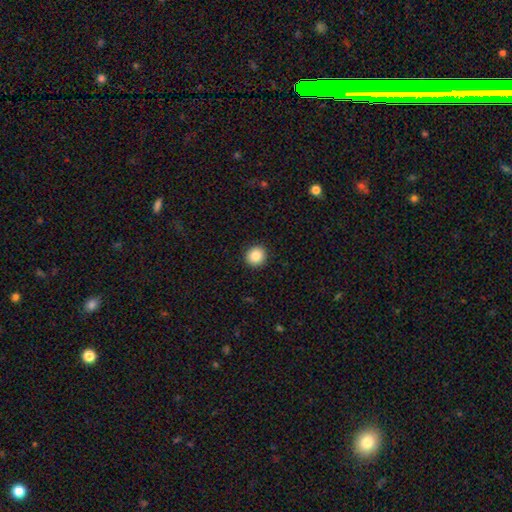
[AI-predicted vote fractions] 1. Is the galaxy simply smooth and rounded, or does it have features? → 86% smooth, 9% star or artifact, 4% featured or disk.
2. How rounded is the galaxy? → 91% round, 8% in between, 1% cigar-shaped.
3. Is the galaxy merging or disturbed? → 92% none, 5% minor disturbance, 2% major disturbance, 1% merger.